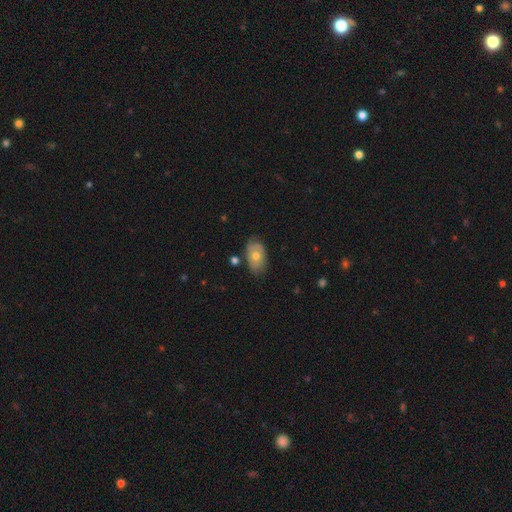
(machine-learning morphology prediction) A smooth galaxy with no disk features (56%) that is in between round and cigar-shaped (88%).

Vote fractions:
- Smooth or featured? smooth: 56% / featured or disk: 37% / star or artifact: 7%
- How rounded? in between: 88% / round: 10% / cigar-shaped: 1%
- Merging? none: 66% / minor disturbance: 25% / major disturbance: 5% / merger: 3%